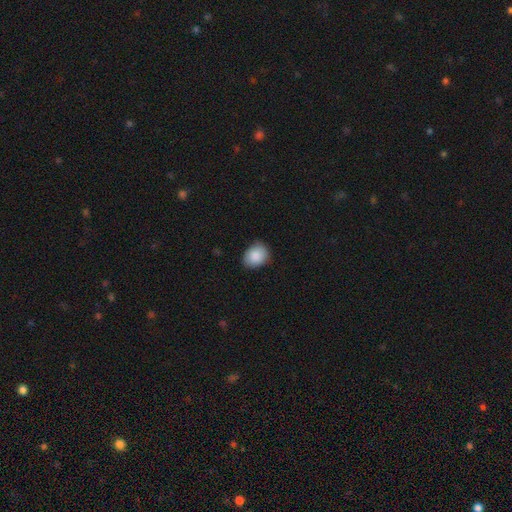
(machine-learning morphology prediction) smooth_or_featured: smooth (p=0.88) [alt: star or artifact p=0.07]
how_rounded: in between (p=0.52) [alt: round p=0.47]
merging: none (p=0.77) [alt: minor disturbance p=0.19]